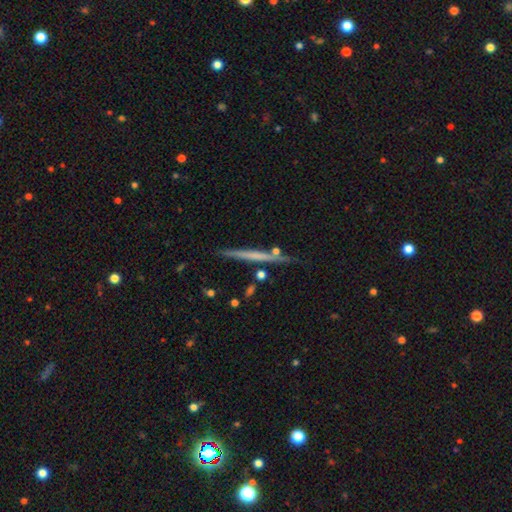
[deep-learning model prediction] The model was most divided on "smooth or featured": featured or disk: 52%, smooth: 42%, star or artifact: 6%. More confident: edge-on disk — yes (96%); edge-on bulge — none (87%); merging — none (84%).